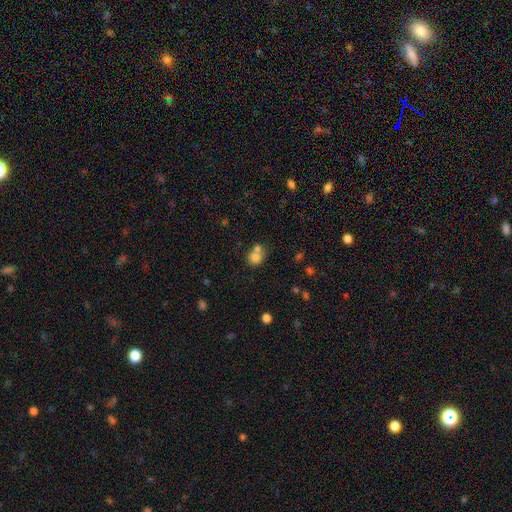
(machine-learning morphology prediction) Overall: smooth (78%). How rounded: round (76%). Merging: merger (48%; none 39%).